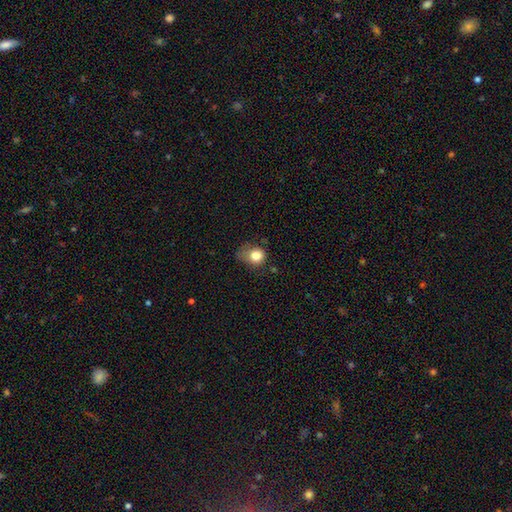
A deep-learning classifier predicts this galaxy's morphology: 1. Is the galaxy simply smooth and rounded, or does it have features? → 79% smooth, 11% featured or disk, 10% star or artifact.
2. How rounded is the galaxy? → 66% round, 33% in between, 1% cigar-shaped.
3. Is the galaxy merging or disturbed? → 39% minor disturbance, 35% none, 23% major disturbance, 3% merger.